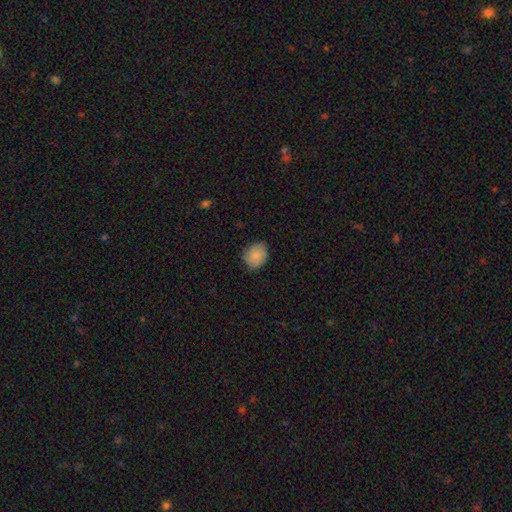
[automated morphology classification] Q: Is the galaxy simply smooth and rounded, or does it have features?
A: smooth — 84%.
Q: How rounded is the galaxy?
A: round — 62%.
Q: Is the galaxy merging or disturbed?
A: none — 73%.